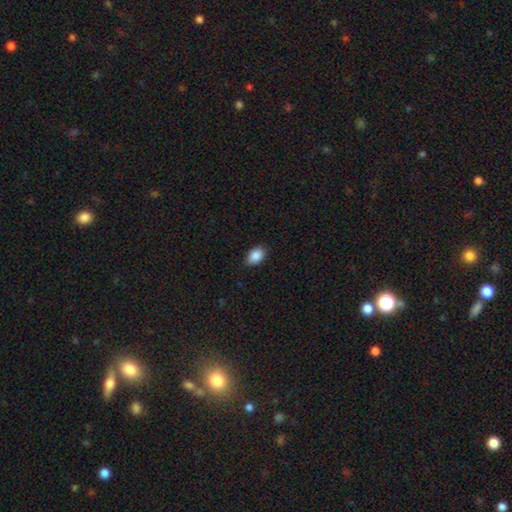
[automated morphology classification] Q: Smooth or featured?
A: smooth (89%); runner-up: star or artifact (8%)
Q: How rounded?
A: in between (79%); runner-up: round (20%)
Q: Merging?
A: none (85%); runner-up: minor disturbance (11%)